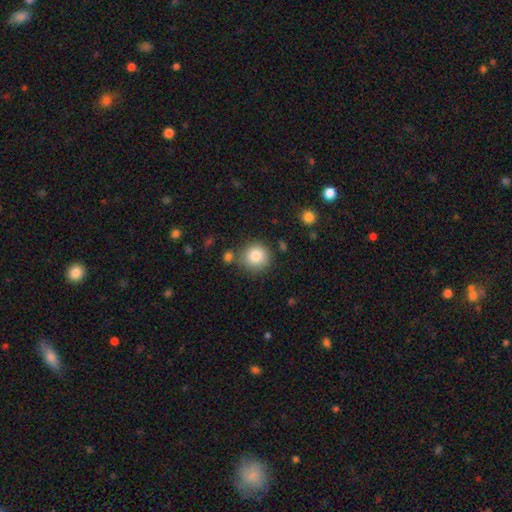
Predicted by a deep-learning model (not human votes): Smooth or featured? smooth (84%)
How rounded? round (93%)
Merging? none (79%)